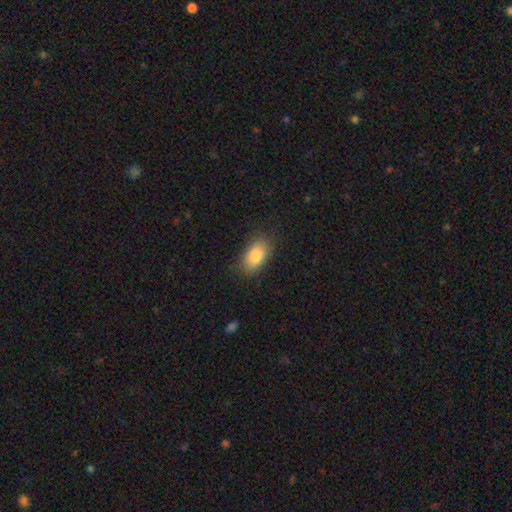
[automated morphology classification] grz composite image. It shows a smooth galaxy with no disk features (85%) that is in between round and cigar-shaped (91%). Merging: none (81%).